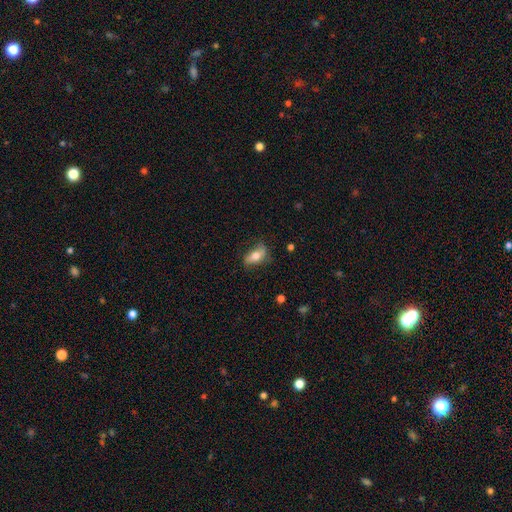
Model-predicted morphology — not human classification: type=smooth (64%); roundness=in between (82%); merging=none (66%).